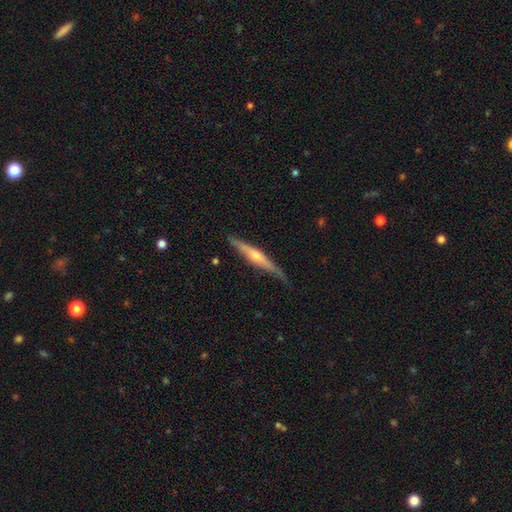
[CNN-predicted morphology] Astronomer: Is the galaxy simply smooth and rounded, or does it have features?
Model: featured or disk — 76%.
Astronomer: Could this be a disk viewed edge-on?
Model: yes — 97%.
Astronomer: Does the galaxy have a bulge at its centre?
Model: rounded — 86%.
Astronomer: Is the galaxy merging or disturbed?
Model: none — 81%.